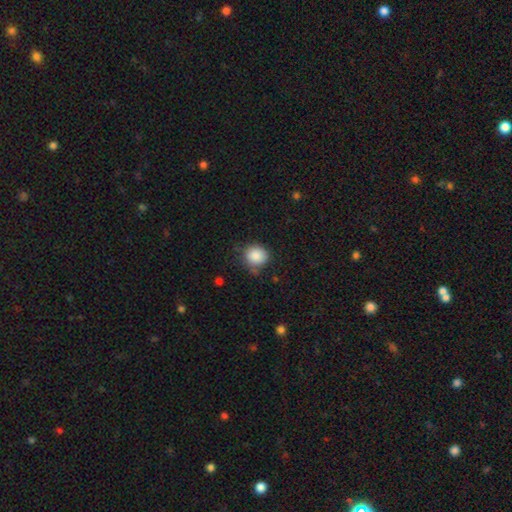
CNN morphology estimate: A smooth galaxy with no disk features (87%) that is round (84%).

Vote fractions:
- Smooth or featured? smooth: 87% / star or artifact: 9% / featured or disk: 5%
- How rounded? round: 84% / in between: 15% / cigar-shaped: 1%
- Merging? none: 68% / minor disturbance: 23% / major disturbance: 6% / merger: 3%